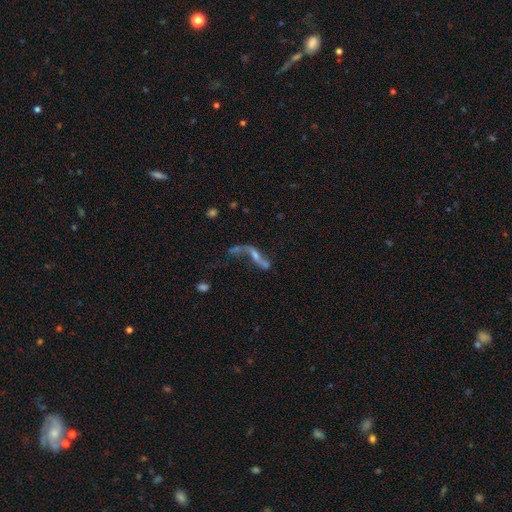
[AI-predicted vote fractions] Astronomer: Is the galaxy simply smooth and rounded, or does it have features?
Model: featured or disk — 68%.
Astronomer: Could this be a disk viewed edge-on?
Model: no — 75%.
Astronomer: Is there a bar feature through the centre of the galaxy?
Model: no — 58%.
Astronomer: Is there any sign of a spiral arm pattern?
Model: yes — 65%.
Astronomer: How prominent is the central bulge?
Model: small — 40% (runner-up: moderate, 28%).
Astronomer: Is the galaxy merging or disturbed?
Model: merger — 33% (runner-up: none, 31%).